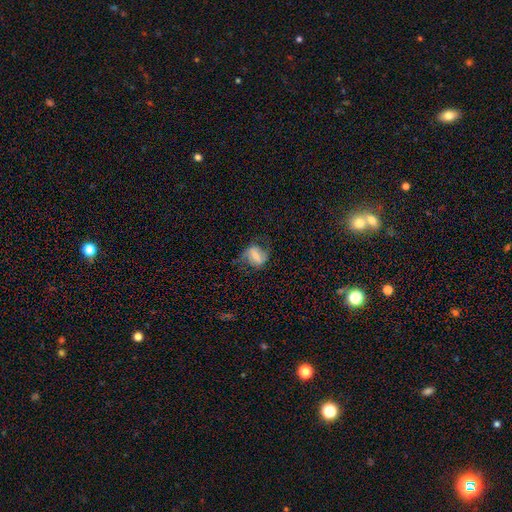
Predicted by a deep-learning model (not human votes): smooth-or-featured: featured or disk: 52% | smooth: 38% | star or artifact: 10%
  disk-edge-on: no: 94% | yes: 6%
  merging: none: 58% | minor disturbance: 24% | major disturbance: 17% | merger: 2%